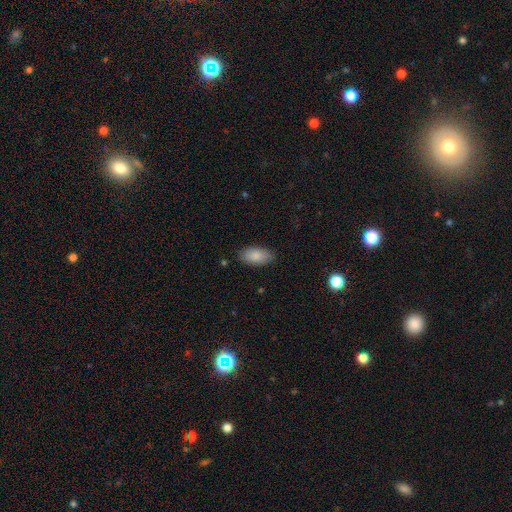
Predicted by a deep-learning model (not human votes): Smooth or featured? Predicted: smooth (p=0.86). How rounded? Predicted: in between (p=0.94). Merging? Predicted: none (p=0.85).